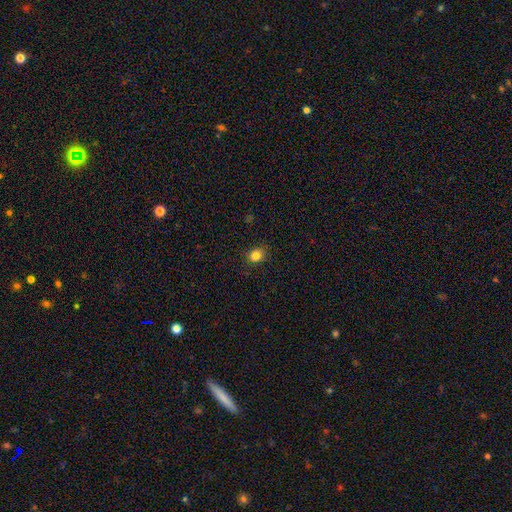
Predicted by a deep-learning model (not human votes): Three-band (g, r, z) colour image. It shows a smooth galaxy with no disk features (83%) that is round (71%). Merging: none (87%).